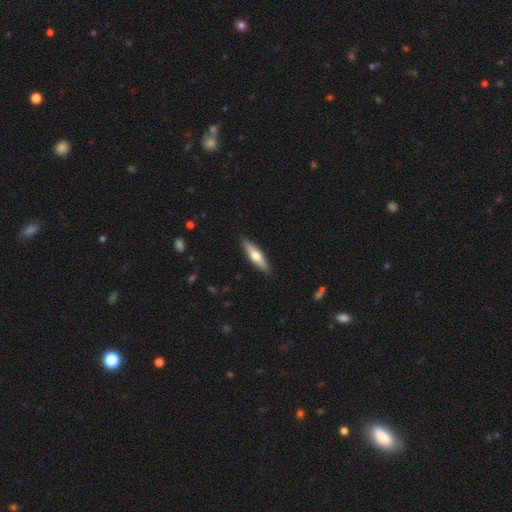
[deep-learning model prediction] Smooth or featured: smooth — 60% (featured or disk — 34%)
How rounded: cigar-shaped — 65% (in between — 33%)
Merging: none — 89% (minor disturbance — 8%)